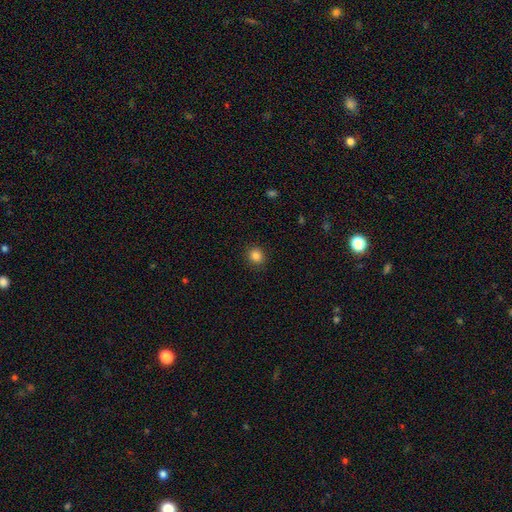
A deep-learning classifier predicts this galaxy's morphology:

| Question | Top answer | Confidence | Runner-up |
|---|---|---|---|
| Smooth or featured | smooth | 85% | star or artifact (11%) |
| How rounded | round | 85% | in between (14%) |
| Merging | none | 90% | minor disturbance (7%) |